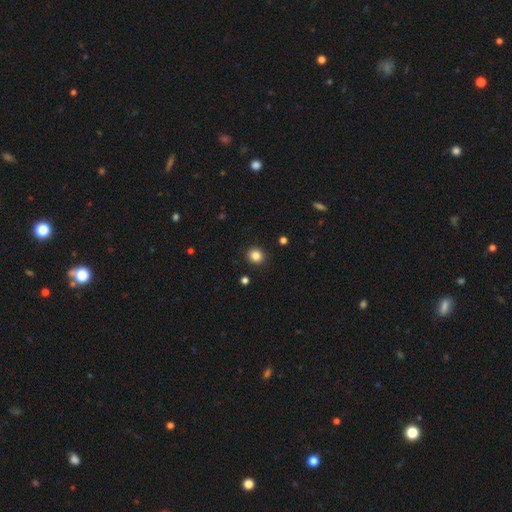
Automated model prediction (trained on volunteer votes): This is clearly a smooth galaxy (84%). How rounded: clearly round (84%). Merging: clearly none (91%).